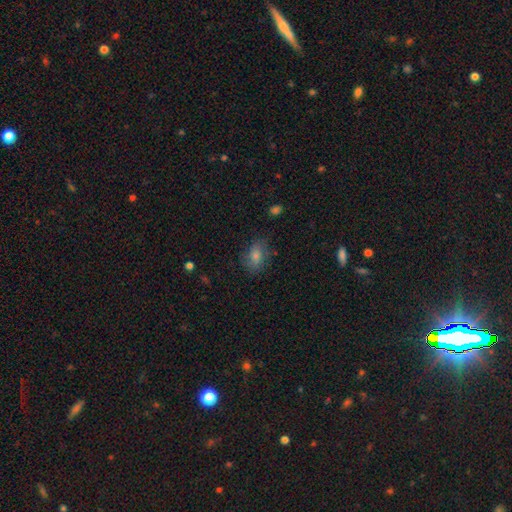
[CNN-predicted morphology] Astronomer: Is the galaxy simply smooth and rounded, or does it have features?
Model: smooth — 61%.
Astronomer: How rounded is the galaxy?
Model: in between — 75%.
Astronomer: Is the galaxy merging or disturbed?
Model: none — 76%.